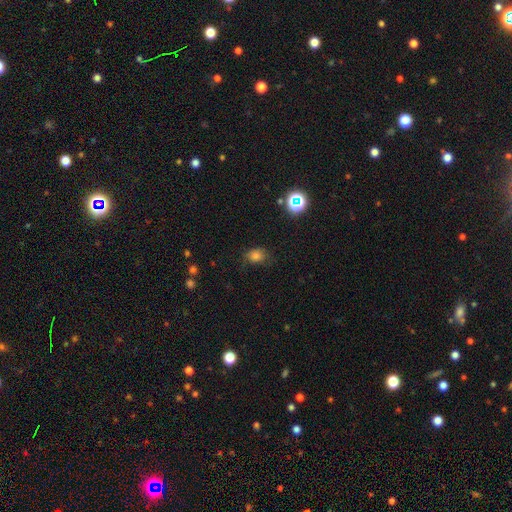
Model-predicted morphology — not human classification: This appears to be a smooth galaxy with no disk features (76%) that is in between round and cigar-shaped (54%). Merging: none (69%).